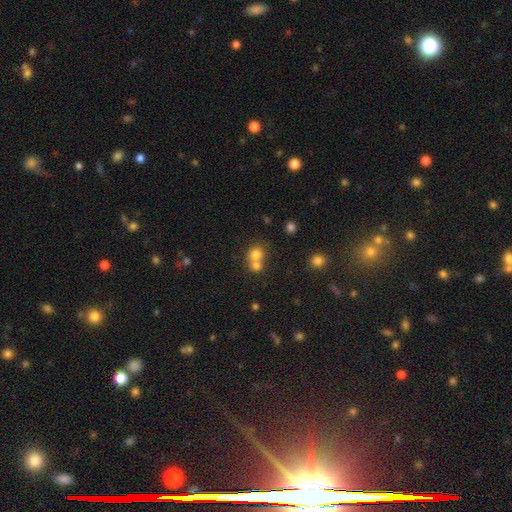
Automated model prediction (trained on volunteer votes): Q: Smooth or featured?
A: smooth (76%); runner-up: star or artifact (13%)
Q: How rounded?
A: round (81%); runner-up: in between (18%)
Q: Merging?
A: merger (56%); runner-up: none (36%)